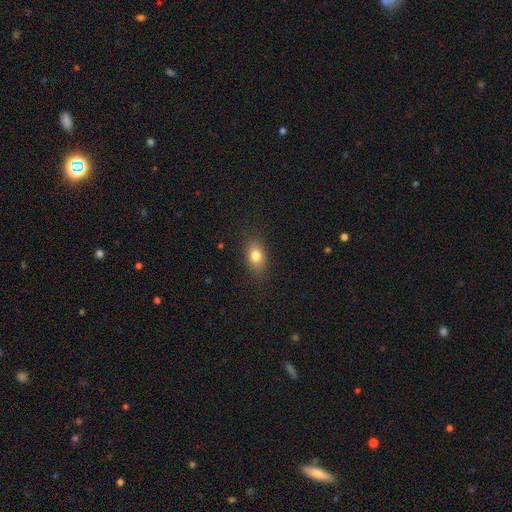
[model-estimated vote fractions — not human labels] A smooth galaxy with no disk features (80%) that is in between round and cigar-shaped (76%).

Vote fractions:
- Smooth or featured? smooth: 80% / featured or disk: 10% / star or artifact: 10%
- How rounded? in between: 76% / round: 21% / cigar-shaped: 3%
- Merging? none: 84% / minor disturbance: 12% / major disturbance: 3% / merger: 1%